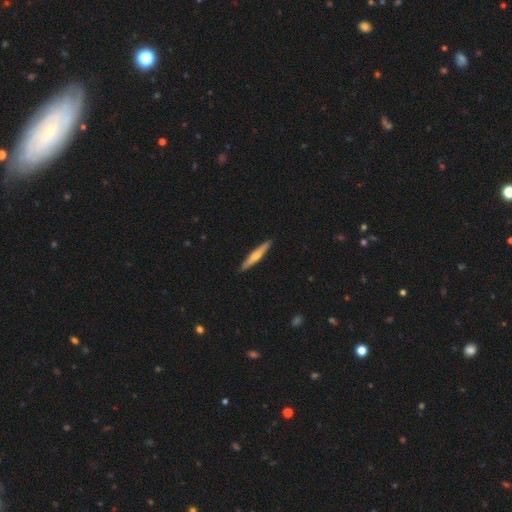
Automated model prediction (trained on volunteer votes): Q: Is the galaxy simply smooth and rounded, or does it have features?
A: featured or disk — 48%.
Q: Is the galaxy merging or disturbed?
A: none — 91%.